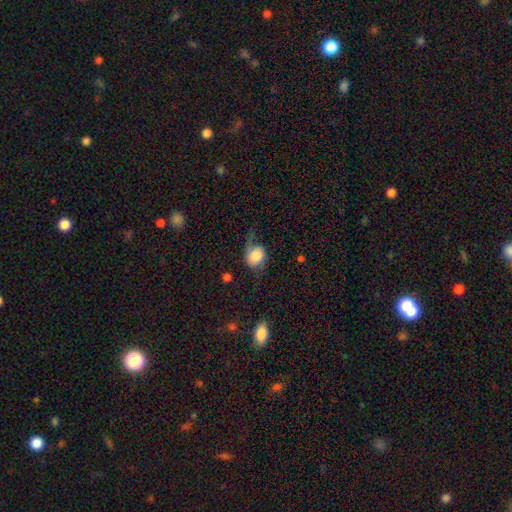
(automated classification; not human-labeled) smooth_or_featured: smooth (p=0.67) [alt: featured or disk p=0.24]
how_rounded: round (p=0.56) [alt: in between p=0.43]
merging: none (p=0.41) [alt: minor disturbance p=0.30]